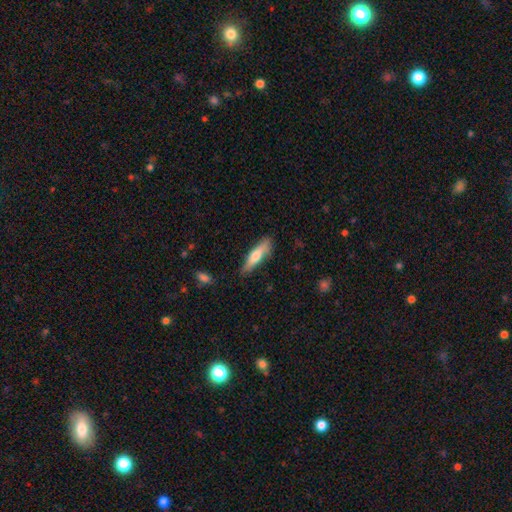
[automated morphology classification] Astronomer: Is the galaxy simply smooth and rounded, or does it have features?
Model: smooth — 60%.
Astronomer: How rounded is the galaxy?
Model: cigar-shaped — 78%.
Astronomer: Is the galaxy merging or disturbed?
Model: none — 77%.